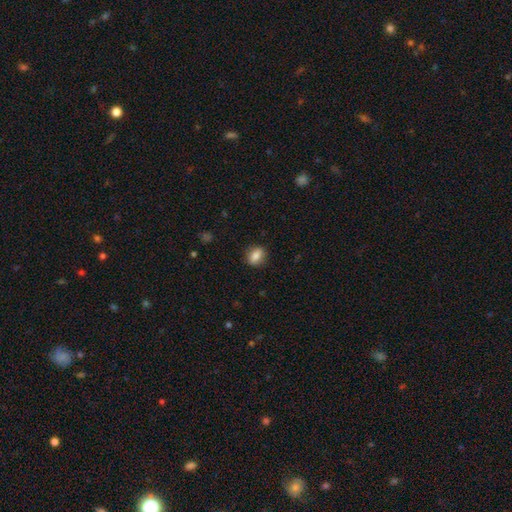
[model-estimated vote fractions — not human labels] This is likely a smooth galaxy (80%). How rounded: likely in between (62%). Merging: clearly none (87%).